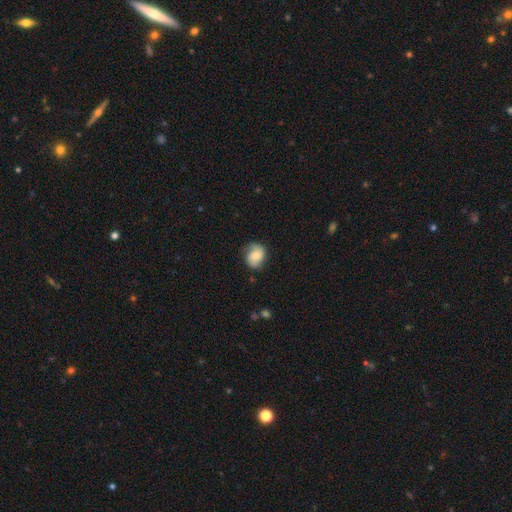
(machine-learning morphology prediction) type=smooth (49%); merging=none (70%).